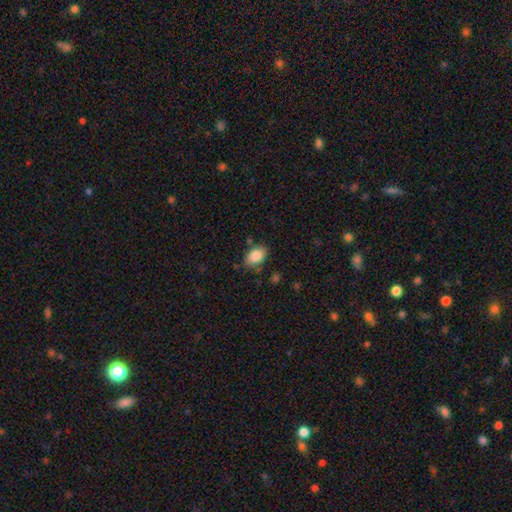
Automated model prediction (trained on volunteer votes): Smooth or featured? smooth (87%)
How rounded? in between (86%)
Merging? none (78%)